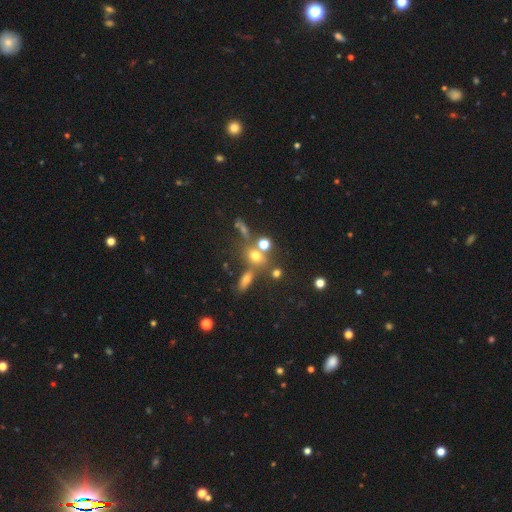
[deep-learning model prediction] The model was most divided on "merging": none: 49%, merger: 32%, minor disturbance: 12%, major disturbance: 7%. More confident: smooth or featured — smooth (61%); how rounded — round (57%).